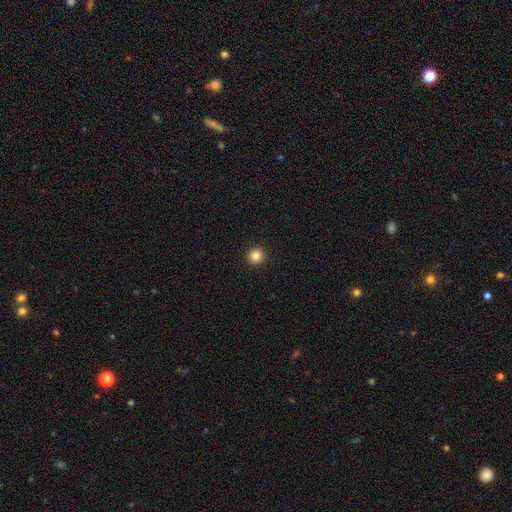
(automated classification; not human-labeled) The model was most divided on "smooth or featured": smooth: 84%, star or artifact: 12%, featured or disk: 4%. More confident: how rounded — round (96%); merging — none (94%).